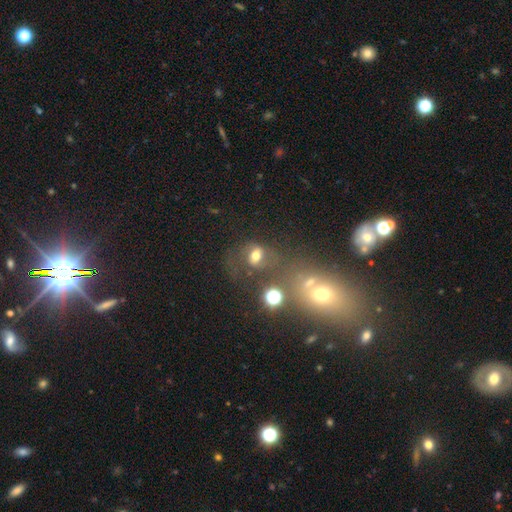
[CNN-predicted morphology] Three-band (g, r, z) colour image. It shows a smooth galaxy with no disk features (57%) that is in between round and cigar-shaped (60%). Merging: none (44%).